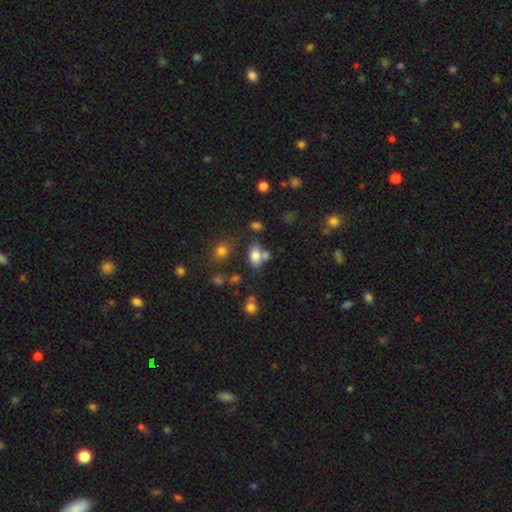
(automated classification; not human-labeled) This appears to be a smooth galaxy with no disk features (78%) that is in between round and cigar-shaped (88%). Merging: none (54%).